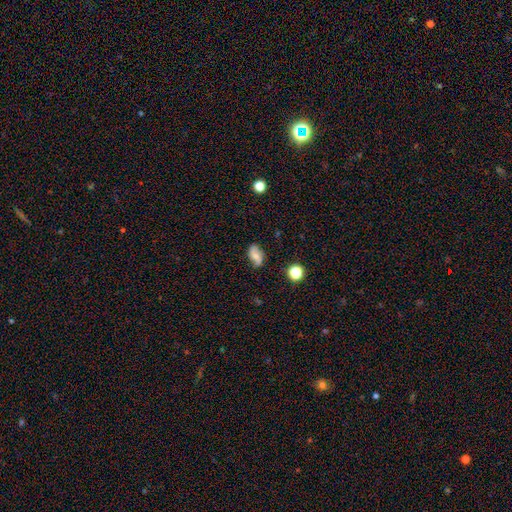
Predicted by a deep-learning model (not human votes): The model was most divided on "smooth or featured": featured or disk: 47%, smooth: 42%, star or artifact: 11%. More confident: merging — none (70%).